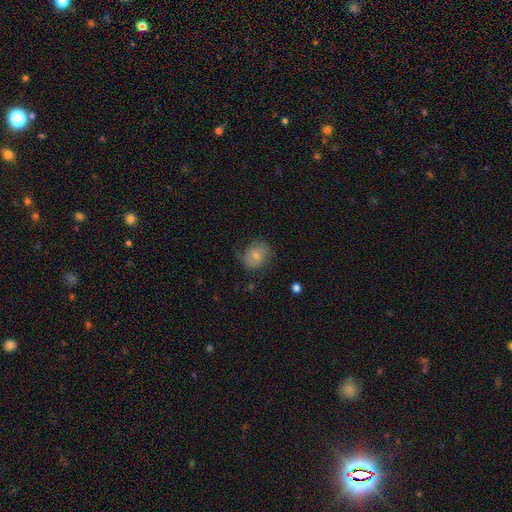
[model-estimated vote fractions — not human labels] smooth-or-featured: smooth: 58% | featured or disk: 33% | star or artifact: 8%
  how-rounded: round: 59% | in between: 40% | cigar-shaped: 1%
  merging: none: 58% | minor disturbance: 27% | major disturbance: 13% | merger: 2%